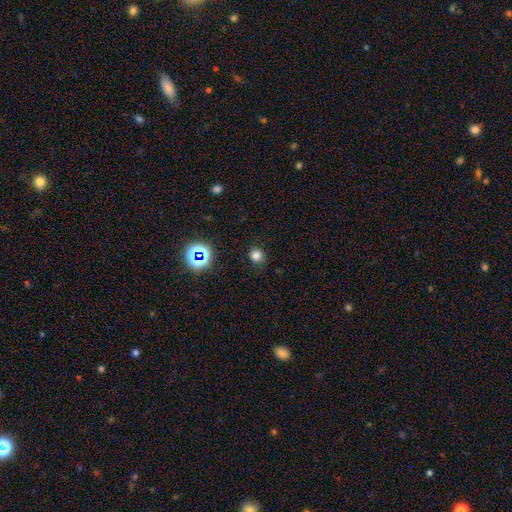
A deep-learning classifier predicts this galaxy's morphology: A smooth galaxy with no disk features (75%) that is round (87%).

Vote fractions:
- Smooth or featured? smooth: 75% / star or artifact: 19% / featured or disk: 6%
- How rounded? round: 87% / in between: 12% / cigar-shaped: 1%
- Merging? none: 85% / minor disturbance: 11% / major disturbance: 3% / merger: 1%